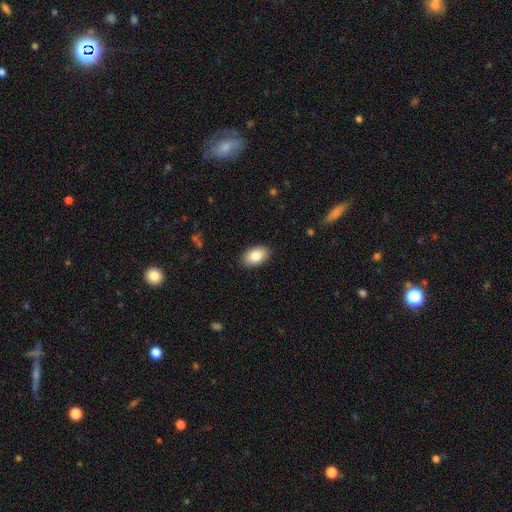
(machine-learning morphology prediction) smooth_or_featured: smooth (p=0.85) [alt: featured or disk p=0.08]
how_rounded: in between (p=0.93) [alt: round p=0.06]
merging: none (p=0.89) [alt: minor disturbance p=0.09]